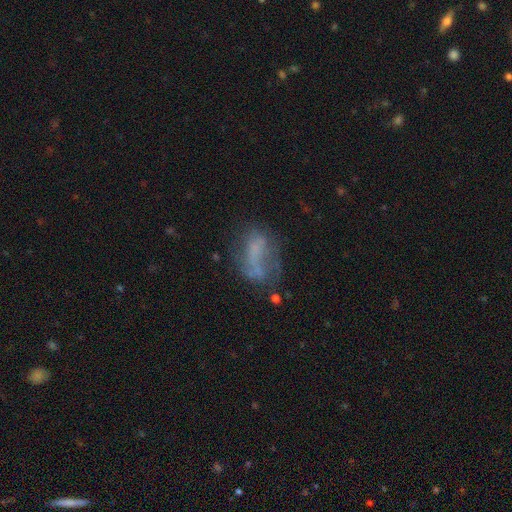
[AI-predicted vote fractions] A smooth galaxy with no disk features (44%).

Vote fractions:
- Smooth or featured? smooth: 44% / featured or disk: 41% / star or artifact: 15%
- Merging? none: 38% / major disturbance: 29% / minor disturbance: 24% / merger: 10%